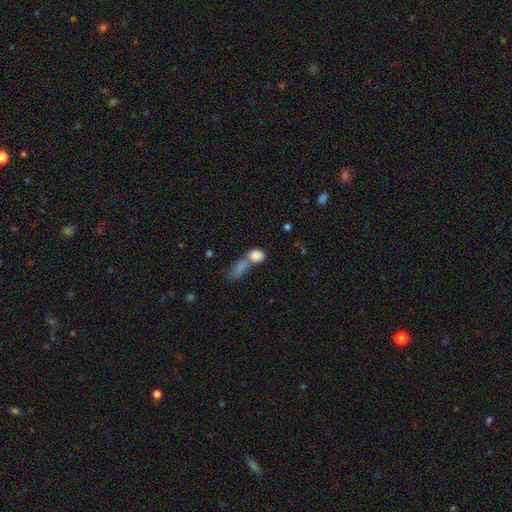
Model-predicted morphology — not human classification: A smooth galaxy with no disk features (83%) that is in between round and cigar-shaped (69%).

Vote fractions:
- Smooth or featured? smooth: 83% / featured or disk: 9% / star or artifact: 8%
- How rounded? in between: 69% / round: 24% / cigar-shaped: 6%
- Merging? merger: 62% / none: 24% / minor disturbance: 8% / major disturbance: 6%